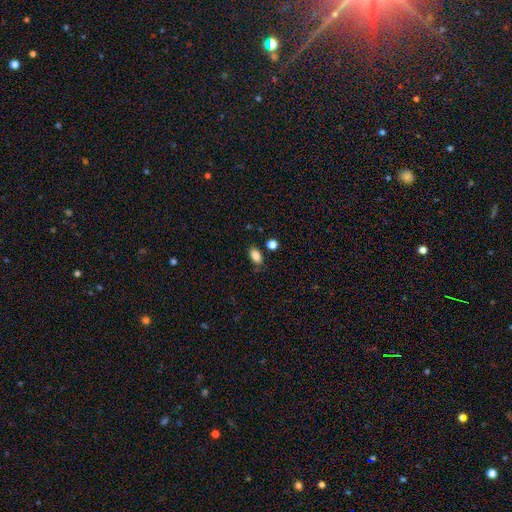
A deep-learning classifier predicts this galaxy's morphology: smooth 86%, star or artifact 9%, featured or disk 5%. Down the decision tree: how rounded — in between (89%); merging — none (79%).